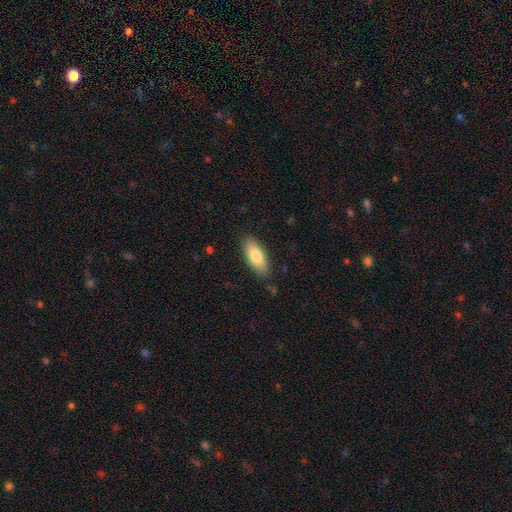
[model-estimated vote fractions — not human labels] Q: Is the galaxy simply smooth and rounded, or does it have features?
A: smooth — 79%.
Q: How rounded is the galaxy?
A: in between — 80%.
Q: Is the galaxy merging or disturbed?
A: none — 85%.